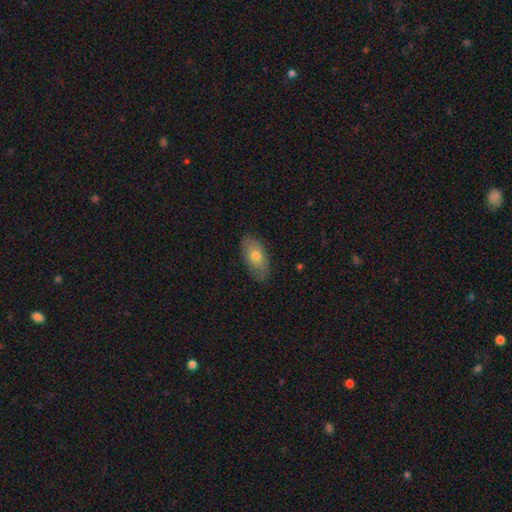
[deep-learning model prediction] smooth-or-featured: smooth: 68% | featured or disk: 24% | star or artifact: 7%
  how-rounded: in between: 91% | round: 5% | cigar-shaped: 4%
  merging: none: 80% | minor disturbance: 16% | major disturbance: 3% | merger: 1%